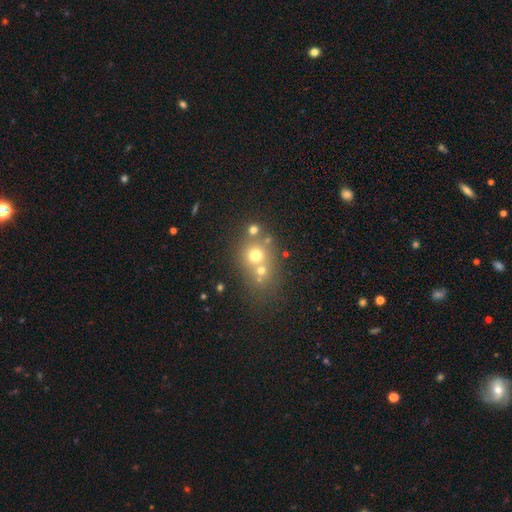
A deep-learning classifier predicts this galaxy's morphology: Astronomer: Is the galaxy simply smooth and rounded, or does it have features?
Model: smooth — 61%.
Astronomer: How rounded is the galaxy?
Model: round — 76%.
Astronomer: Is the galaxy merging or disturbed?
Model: none — 51% (runner-up: merger, 35%).